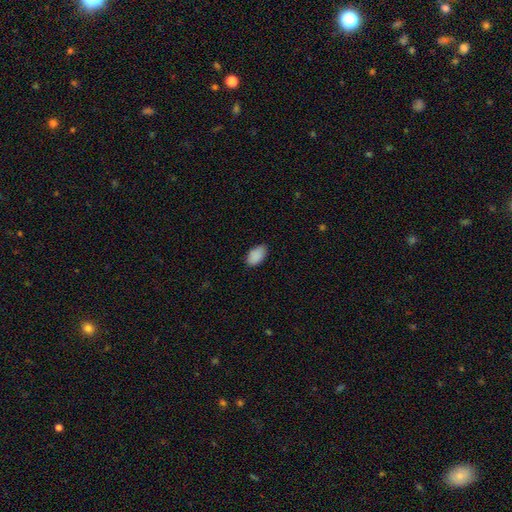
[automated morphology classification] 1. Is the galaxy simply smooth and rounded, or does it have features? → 89% smooth, 7% star or artifact, 3% featured or disk.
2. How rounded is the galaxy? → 94% in between, 4% round, 2% cigar-shaped.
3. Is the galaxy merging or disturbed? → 81% none, 16% minor disturbance, 3% major disturbance, 1% merger.